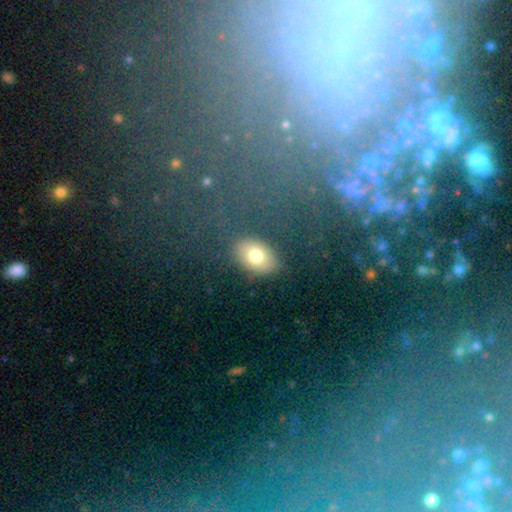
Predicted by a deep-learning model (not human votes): smooth-or-featured: smooth: 74% | featured or disk: 16% | star or artifact: 10%
  how-rounded: in between: 77% | round: 21% | cigar-shaped: 2%
  merging: none: 81% | minor disturbance: 12% | major disturbance: 5% | merger: 3%